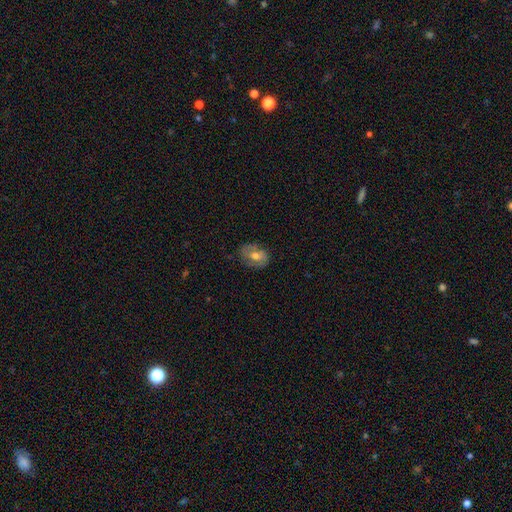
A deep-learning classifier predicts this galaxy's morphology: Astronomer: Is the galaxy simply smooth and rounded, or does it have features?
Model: smooth — 51% (runner-up: featured or disk, 41%).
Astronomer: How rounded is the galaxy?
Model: in between — 75%.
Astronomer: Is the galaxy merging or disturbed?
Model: none — 72%.